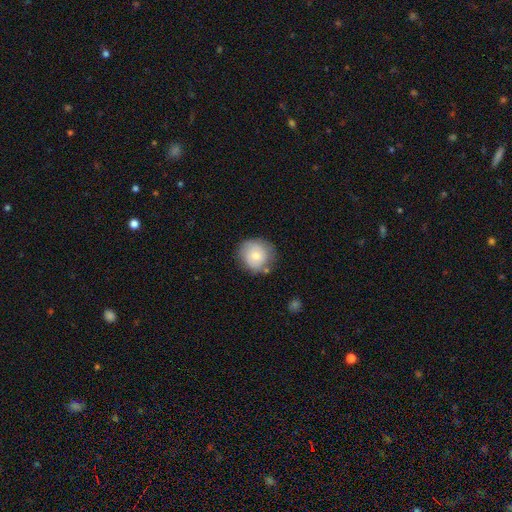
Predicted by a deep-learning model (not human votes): Morphology: type=smooth (72%); roundness=round (89%); merging=none (73%).